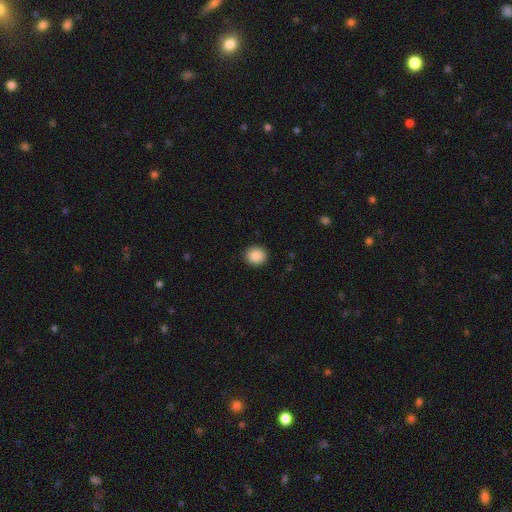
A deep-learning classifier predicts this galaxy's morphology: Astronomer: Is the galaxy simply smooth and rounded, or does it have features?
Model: smooth — 89%.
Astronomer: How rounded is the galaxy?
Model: round — 80%.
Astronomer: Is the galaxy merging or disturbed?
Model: none — 91%.